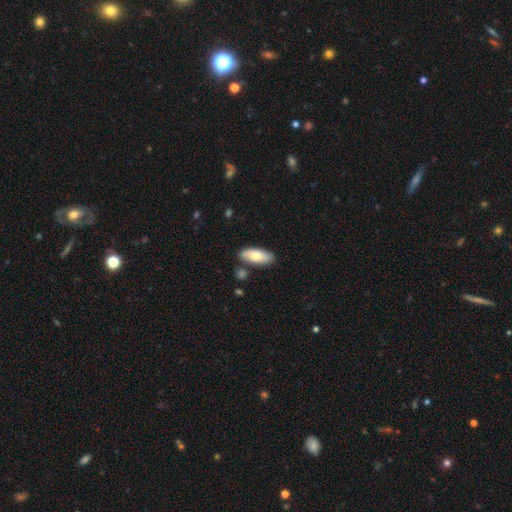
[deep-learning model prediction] A smooth galaxy with no disk features (76%) that is in between round and cigar-shaped (83%).

Vote fractions:
- Smooth or featured? smooth: 76% / featured or disk: 18% / star or artifact: 6%
- How rounded? in between: 83% / cigar-shaped: 15% / round: 2%
- Merging? none: 76% / minor disturbance: 15% / merger: 7% / major disturbance: 3%